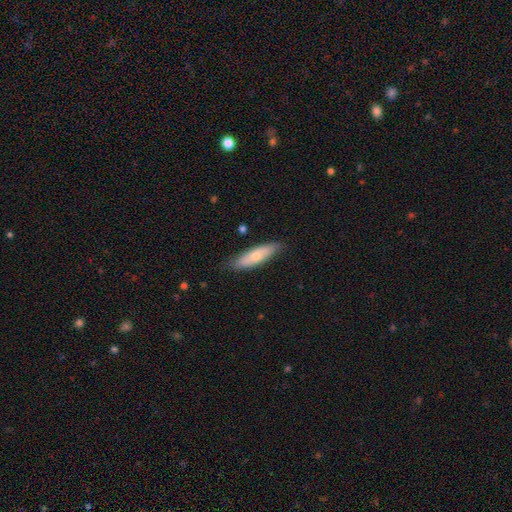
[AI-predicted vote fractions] Overall: smooth (66%; featured or disk 28%). How rounded: cigar-shaped (56%; in between 42%). Merging: none (82%).